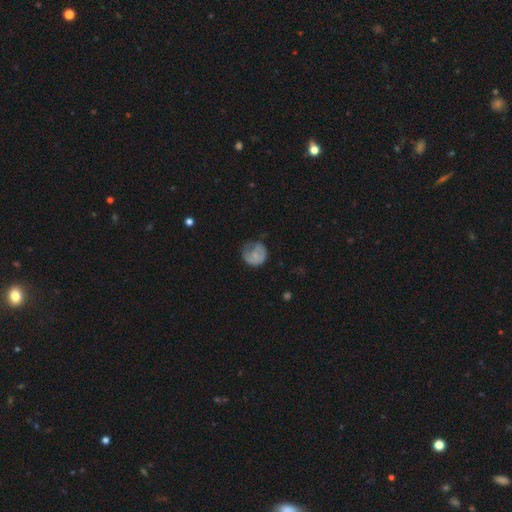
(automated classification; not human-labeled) A smooth galaxy with no disk features (59%) that is round (77%).

Vote fractions:
- Smooth or featured? smooth: 59% / featured or disk: 33% / star or artifact: 8%
- How rounded? round: 77% / in between: 22% / cigar-shaped: 1%
- Merging? none: 41% / minor disturbance: 33% / major disturbance: 24% / merger: 2%